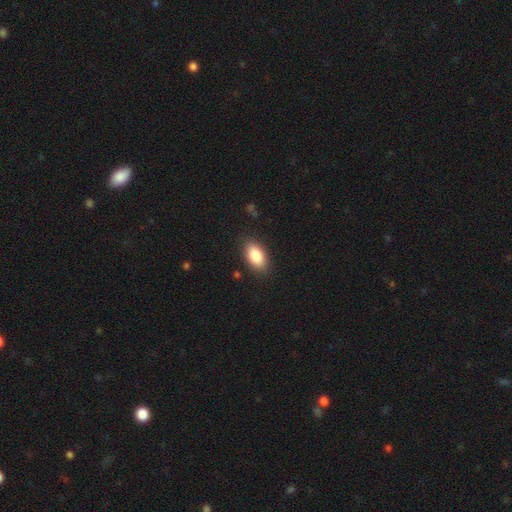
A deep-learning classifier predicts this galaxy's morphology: Q: Smooth or featured?
A: smooth (85%); runner-up: featured or disk (8%)
Q: How rounded?
A: in between (92%); runner-up: round (4%)
Q: Merging?
A: none (86%); runner-up: minor disturbance (10%)